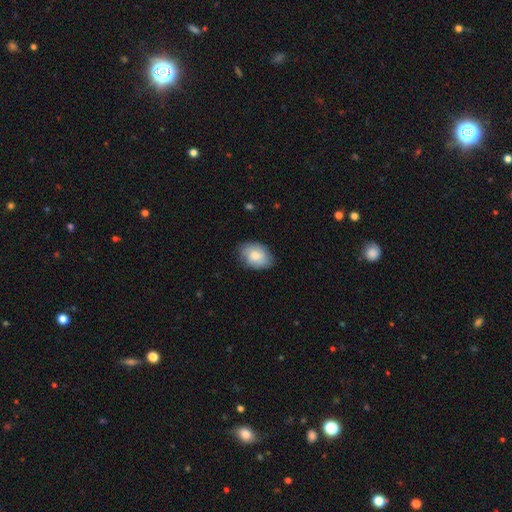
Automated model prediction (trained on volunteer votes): This is likely a smooth galaxy (73%). How rounded: likely in between (77%). Merging: likely none (75%).